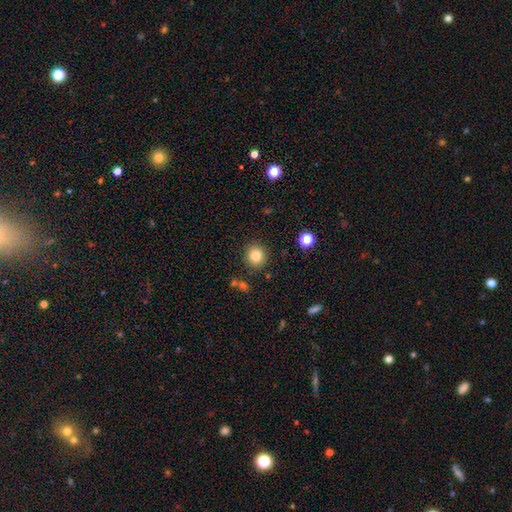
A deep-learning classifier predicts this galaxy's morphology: smooth 81%, star or artifact 11%, featured or disk 7%. Down the decision tree: how rounded — round (90%); merging — none (88%).